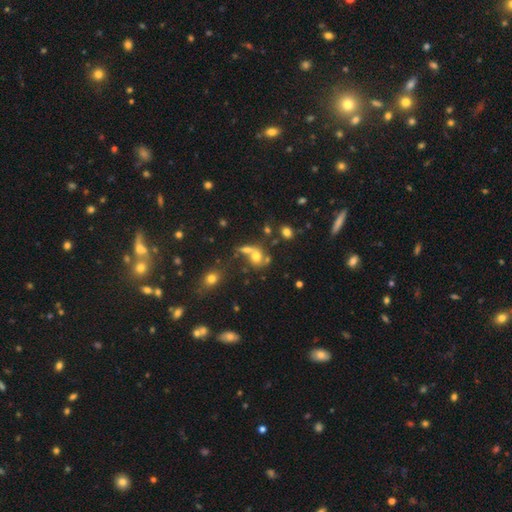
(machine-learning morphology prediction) The model was most divided on "merging": merger: 47%, none: 31%, minor disturbance: 11%, major disturbance: 11%. More confident: how rounded — round (60%); smooth or featured — smooth (59%).